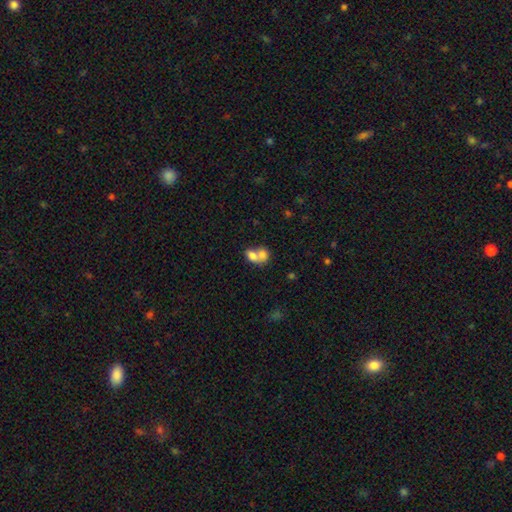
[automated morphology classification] Overall: smooth (73%). How rounded: in between (68%; round 30%). Merging: merger (75%).